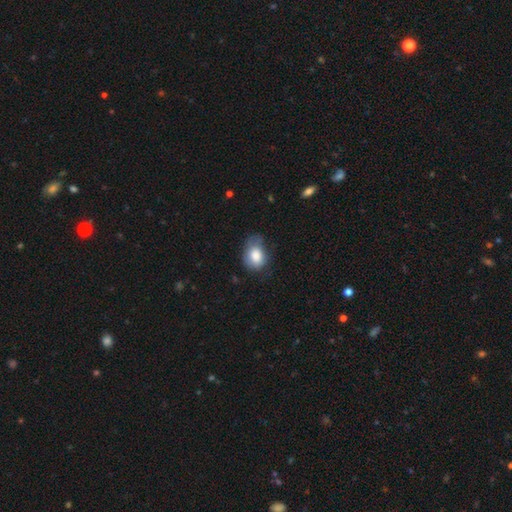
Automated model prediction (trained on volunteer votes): Overall: smooth (79%). How rounded: in between (69%; round 30%). Merging: none (40%; minor disturbance 39%).